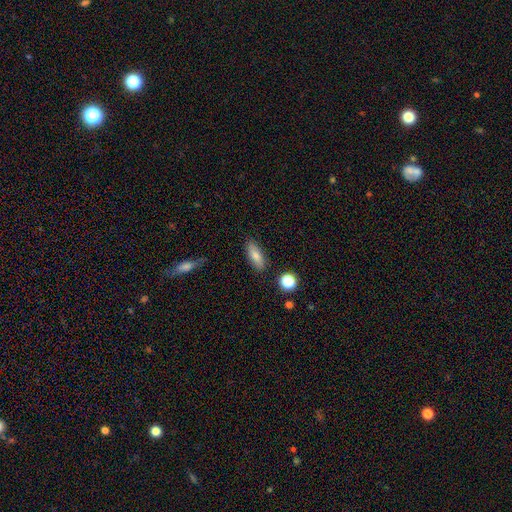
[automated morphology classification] smooth-or-featured: smooth: 79% | featured or disk: 13% | star or artifact: 8%
  how-rounded: in between: 70% | cigar-shaped: 26% | round: 4%
  merging: none: 83% | minor disturbance: 11% | major disturbance: 3% | merger: 2%